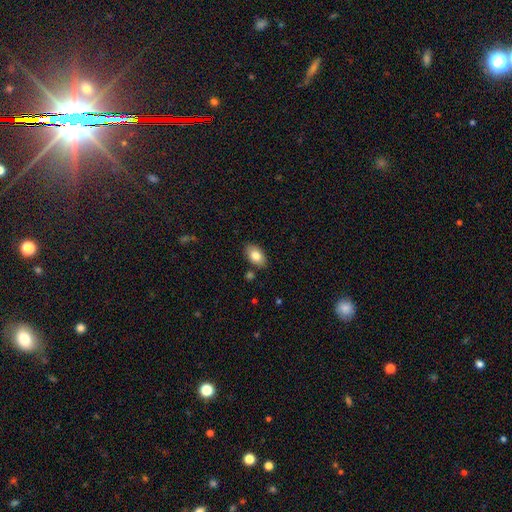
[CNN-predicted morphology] smooth 80%, featured or disk 12%, star or artifact 7%. Down the decision tree: how rounded — in between (92%); merging — none (84%).